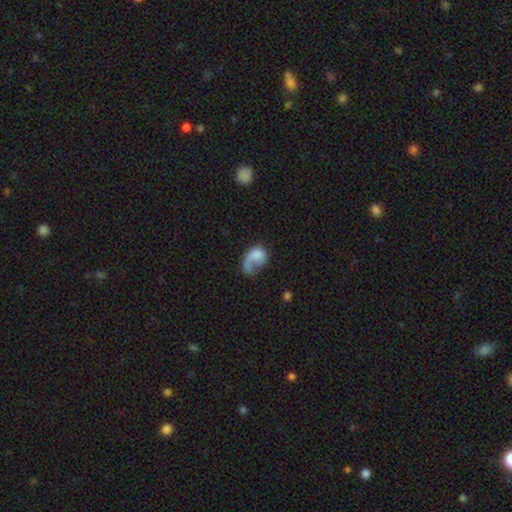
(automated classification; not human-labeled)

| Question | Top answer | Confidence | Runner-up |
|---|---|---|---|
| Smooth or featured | smooth | 54% | featured or disk (37%) |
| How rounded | in between | 75% | round (23%) |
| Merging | major disturbance | 51% | none (23%) |